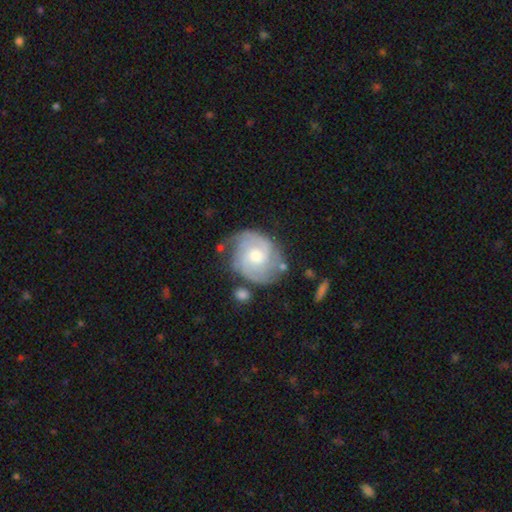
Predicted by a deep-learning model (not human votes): Overall: featured or disk (80%). Edge-on disk: no (98%). Bar: no (64%; weak 32%). Spiral arms: yes (94%). Spiral arm count: 2 (43%; 3 22%). Spiral winding: tight (55%; medium 35%). Bulge size: moderate (67%). Merging: none (67%).